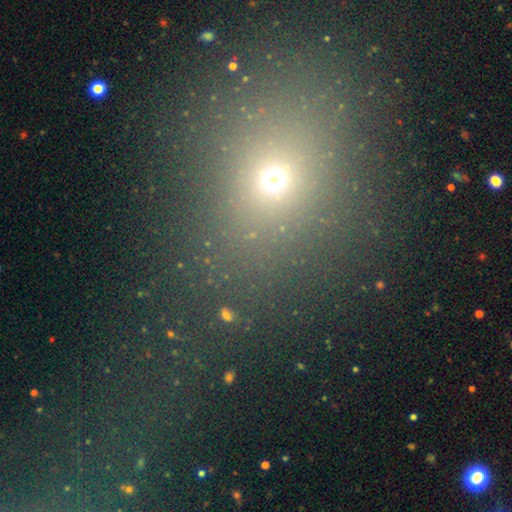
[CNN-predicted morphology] This is possibly a smooth galaxy (56%). How rounded: likely round (62%). Merging: likely none (70%).